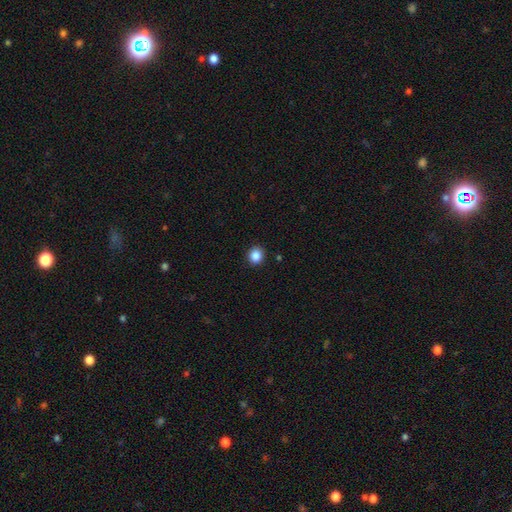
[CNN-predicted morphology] A smooth galaxy with no disk features (87%) that is round (86%). Merging: none (92%).